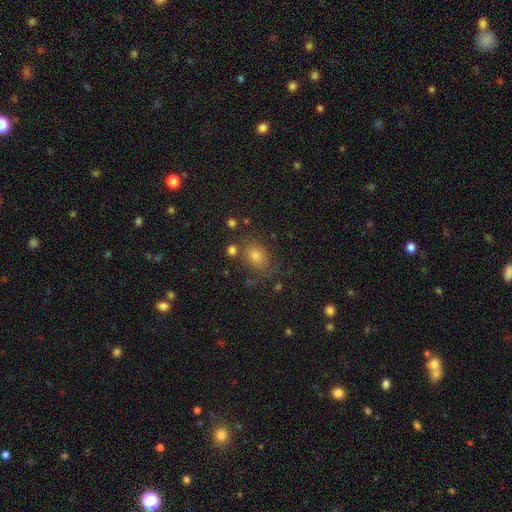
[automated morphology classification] Overall: smooth (66%). How rounded: in between (56%; round 42%). Merging: none (74%).